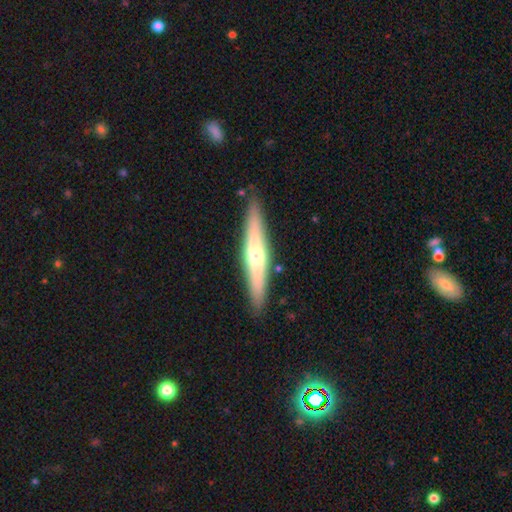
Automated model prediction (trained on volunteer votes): featured or disk 57%, smooth 38%, star or artifact 6%. Down the decision tree: edge-on disk — yes (92%); edge-on bulge — rounded (82%); merging — none (89%).